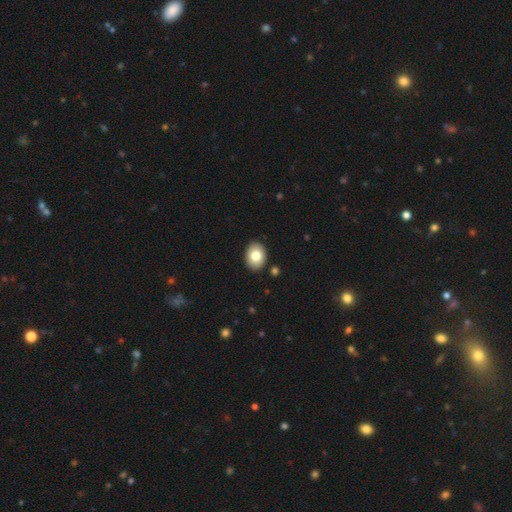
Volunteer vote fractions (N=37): A smooth galaxy with no disk features (84%) that is in between round and cigar-shaped (81%).

Vote fractions:
- Smooth or featured? smooth: 84% / featured or disk: 11% / star or artifact: 5%
- How rounded? in between: 81% / round: 19% / cigar-shaped: 0%
- Merging? none: 100% / minor disturbance: 0% / major disturbance: 0% / merger: 0%